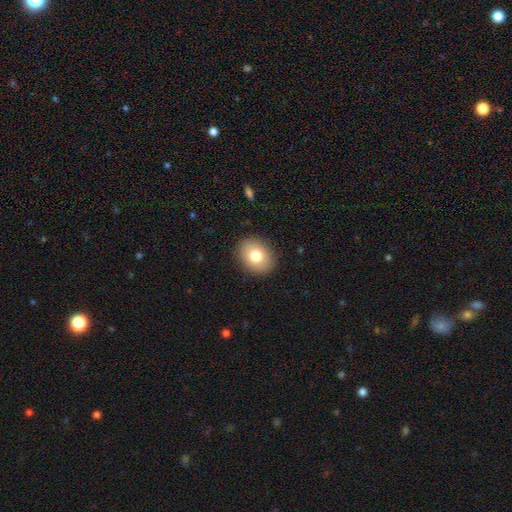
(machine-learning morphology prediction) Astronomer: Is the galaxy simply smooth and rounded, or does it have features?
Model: smooth — 77%.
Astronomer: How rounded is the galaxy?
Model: in between — 51% (runner-up: round, 48%).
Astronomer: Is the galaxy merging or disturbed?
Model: none — 89%.